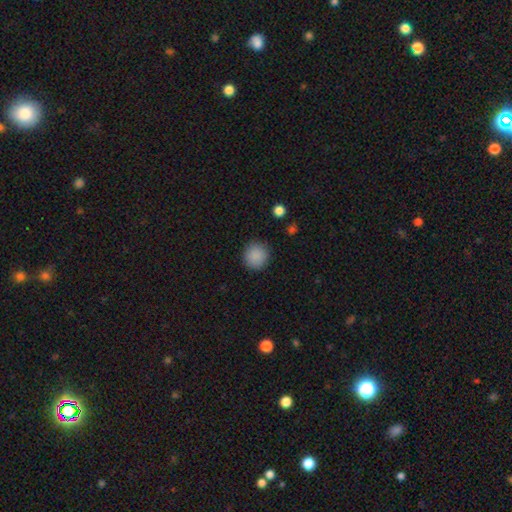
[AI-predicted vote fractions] This appears to be a smooth galaxy with no disk features (89%) that is round (92%). Merging: none (89%).